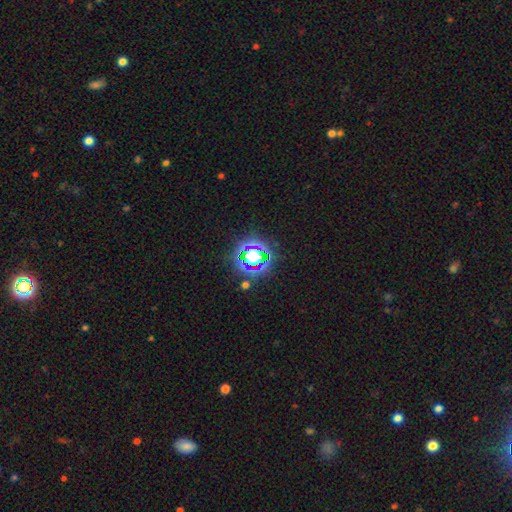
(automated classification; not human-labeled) Overall: star or artifact (66%).